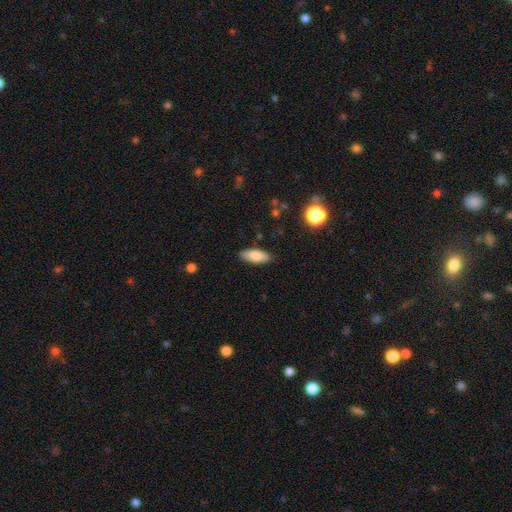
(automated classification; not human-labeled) Smooth or featured?
  - smooth: 83% *
  - featured or disk: 10%
  - star or artifact: 7%
How rounded?
  - in between: 72% *
  - cigar-shaped: 26%
  - round: 2%
Merging?
  - none: 86% *
  - minor disturbance: 10%
  - major disturbance: 2%
  - merger: 1%